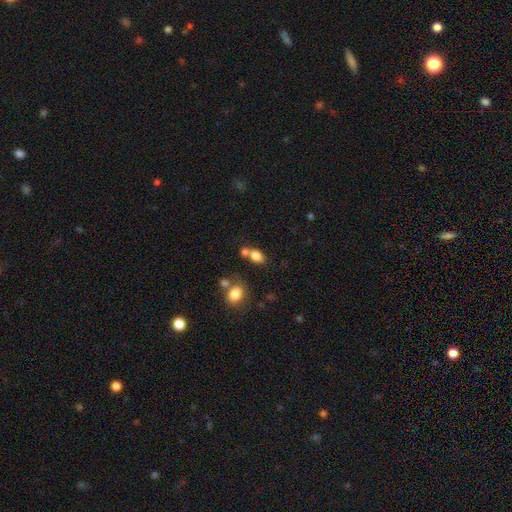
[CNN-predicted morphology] A smooth galaxy with no disk features (81%) that is in between round and cigar-shaped (75%). Merging: none (50%).